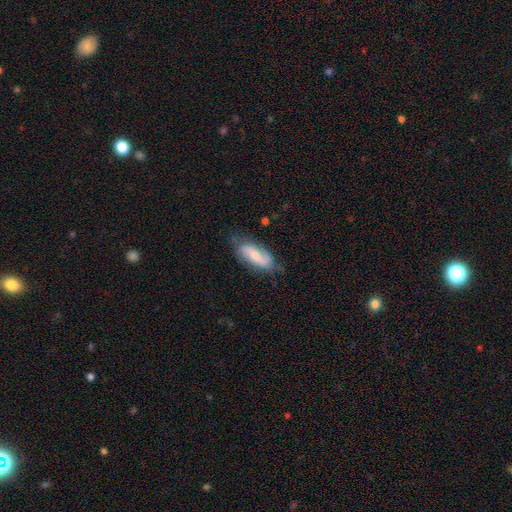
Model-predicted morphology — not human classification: This appears to be a featured or disk galaxy (57%) with no bar (49%), spiral arms (87%) and a small central bulge (51%). Merging: none (73%).